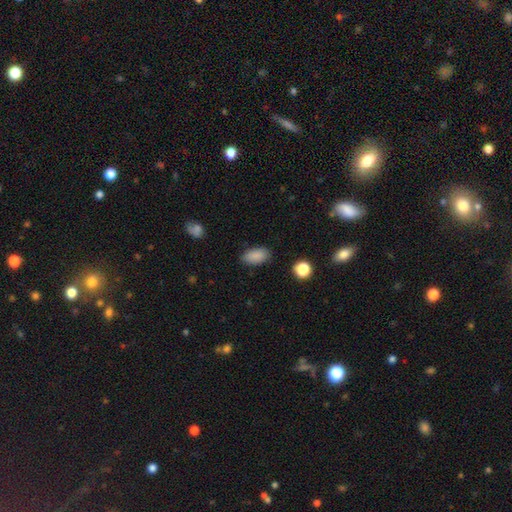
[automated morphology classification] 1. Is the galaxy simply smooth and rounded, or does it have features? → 87% smooth, 9% star or artifact, 4% featured or disk.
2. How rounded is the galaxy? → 92% in between, 5% round, 3% cigar-shaped.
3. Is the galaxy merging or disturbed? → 84% none, 12% minor disturbance, 3% major disturbance, 1% merger.